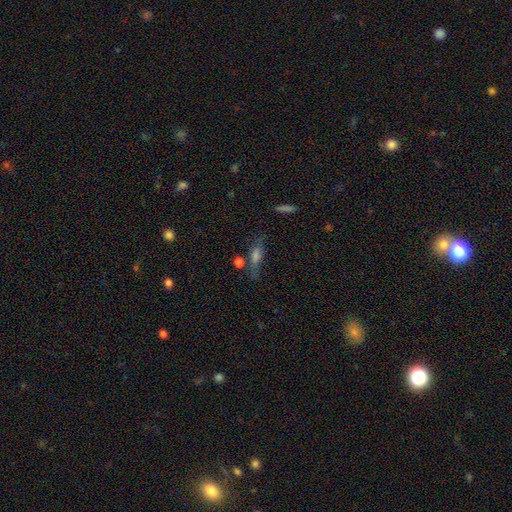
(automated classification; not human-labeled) Smooth or featured?
  - smooth: 48% *
  - featured or disk: 33%
  - star or artifact: 20%
Merging?
  - none: 57% *
  - minor disturbance: 20%
  - major disturbance: 13%
  - merger: 10%